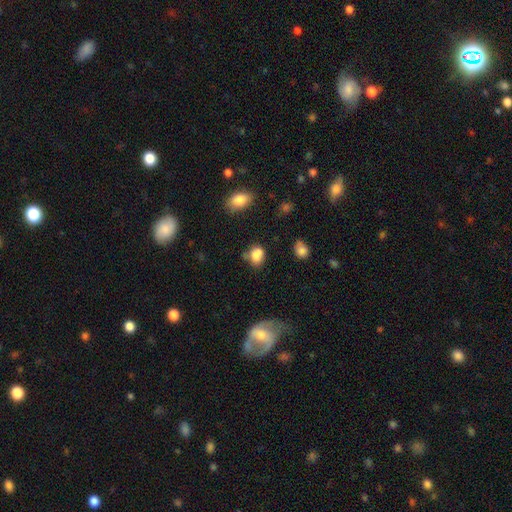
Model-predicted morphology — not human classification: Q: Smooth or featured?
A: smooth (80%); runner-up: star or artifact (11%)
Q: How rounded?
A: in between (59%); runner-up: round (39%)
Q: Merging?
A: none (52%); runner-up: minor disturbance (24%)